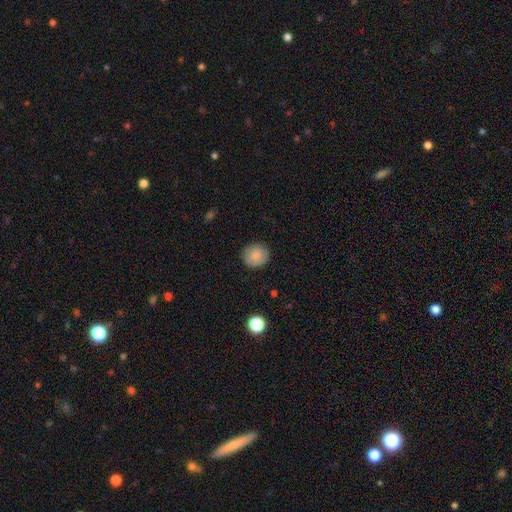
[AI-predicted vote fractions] Smooth or featured? smooth (77%)
How rounded? round (86%)
Merging? none (85%)